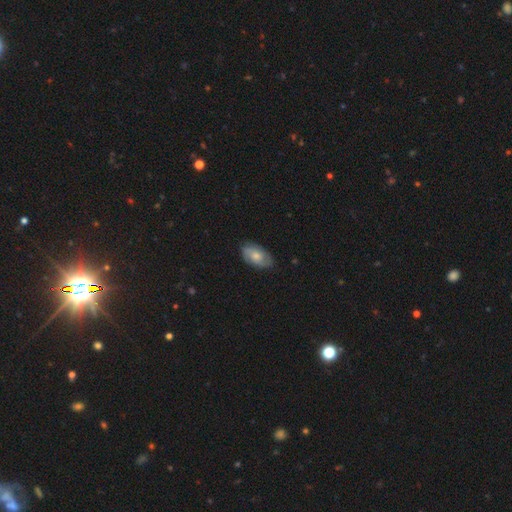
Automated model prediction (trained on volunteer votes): Smooth or featured?
  - smooth: 48% *
  - featured or disk: 45%
  - star or artifact: 7%
Merging?
  - none: 79% *
  - minor disturbance: 17%
  - major disturbance: 3%
  - merger: 1%